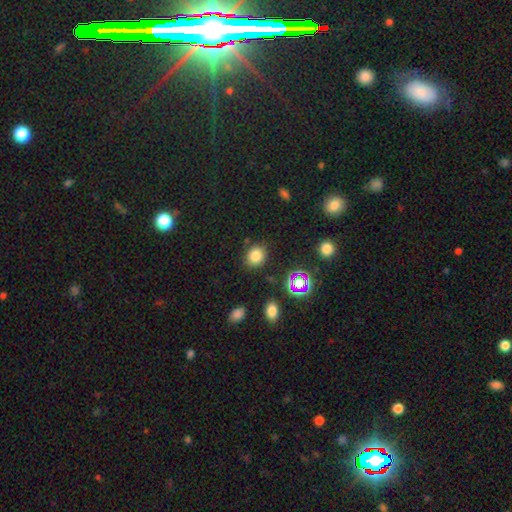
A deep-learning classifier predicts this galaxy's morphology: smooth 79%, star or artifact 16%, featured or disk 6%. Down the decision tree: how rounded — round (65%); merging — none (82%).